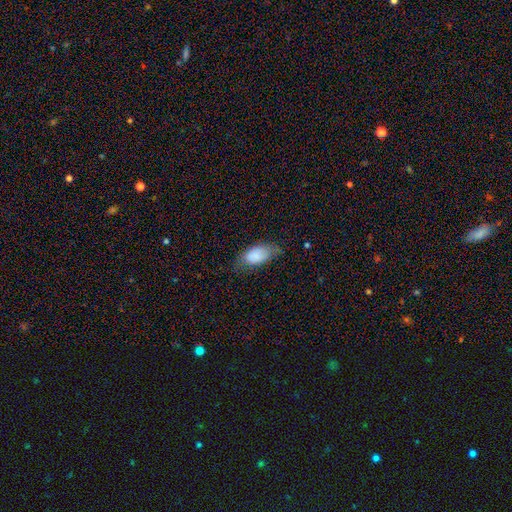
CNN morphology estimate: Smooth or featured? Predicted: smooth (p=0.84). How rounded? Predicted: in between (p=0.92). Merging? Predicted: none (p=0.58).